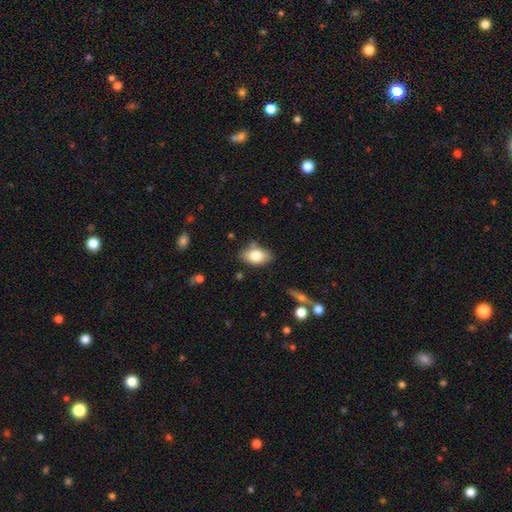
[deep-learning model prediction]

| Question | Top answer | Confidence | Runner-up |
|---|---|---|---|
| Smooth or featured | smooth | 79% | featured or disk (13%) |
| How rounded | in between | 90% | round (7%) |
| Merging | none | 76% | minor disturbance (17%) |